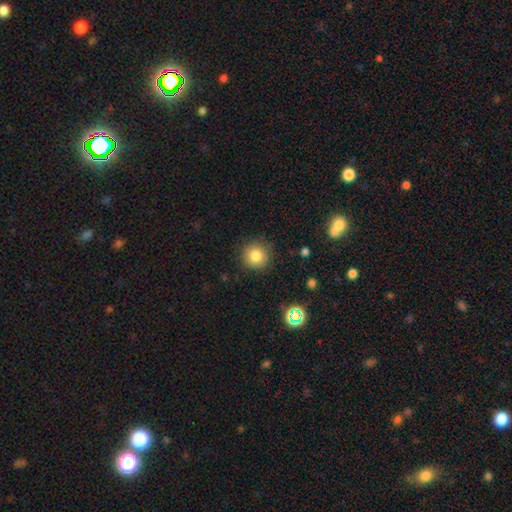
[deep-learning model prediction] A smooth galaxy with no disk features (82%) that is round (93%). Merging: none (87%).